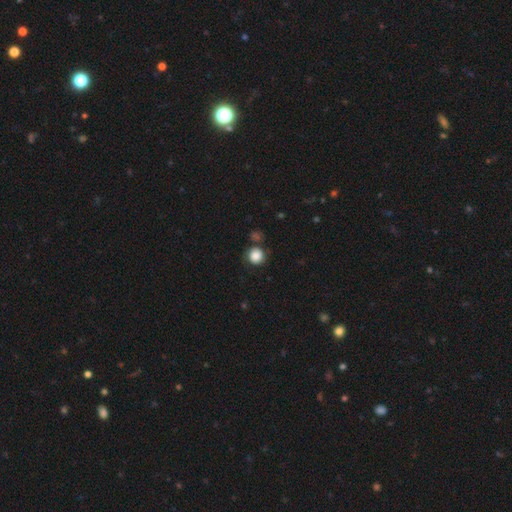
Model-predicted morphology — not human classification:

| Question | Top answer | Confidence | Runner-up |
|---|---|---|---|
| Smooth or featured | smooth | 85% | star or artifact (9%) |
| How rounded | round | 91% | in between (8%) |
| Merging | none | 70% | minor disturbance (17%) |